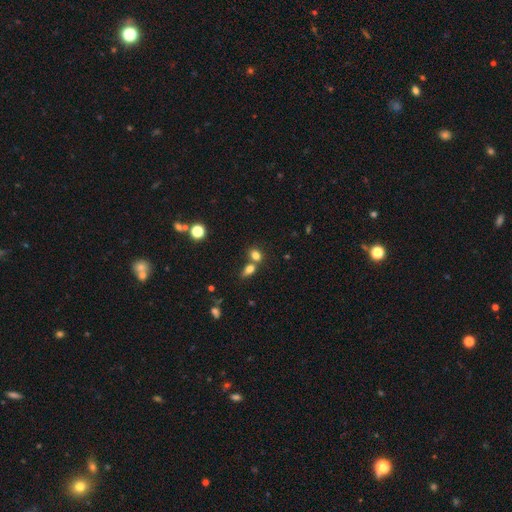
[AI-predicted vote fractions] Overall: smooth (79%). How rounded: in between (65%; round 33%). Merging: none (45%; merger 42%).